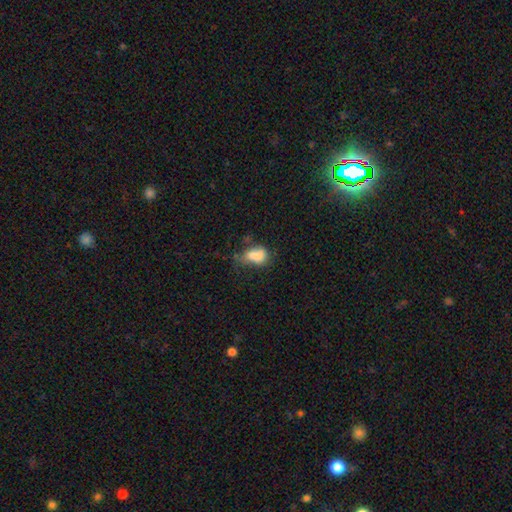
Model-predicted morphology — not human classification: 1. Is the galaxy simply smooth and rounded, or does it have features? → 71% smooth, 18% featured or disk, 10% star or artifact.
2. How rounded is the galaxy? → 83% in between, 13% round, 4% cigar-shaped.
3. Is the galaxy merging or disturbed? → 32% minor disturbance, 28% none, 27% major disturbance, 13% merger.